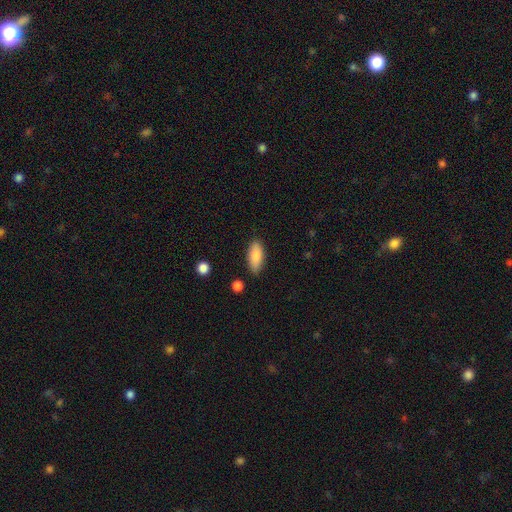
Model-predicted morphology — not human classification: This is clearly a smooth galaxy (86%). How rounded: clearly in between (84%). Merging: clearly none (82%).